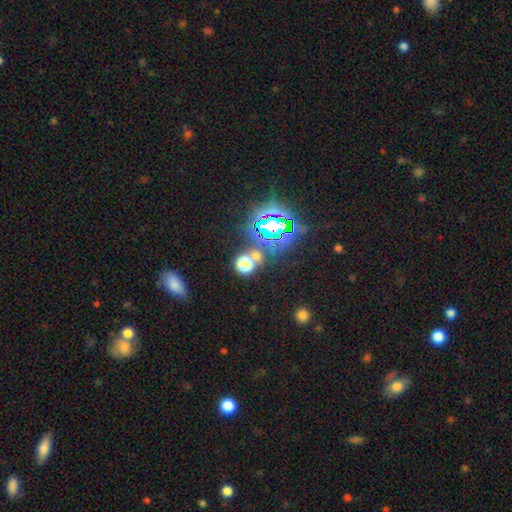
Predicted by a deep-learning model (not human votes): A star or artifact, not a galaxy (50%).

Vote fractions:
- Smooth or featured? star or artifact: 50% / smooth: 42% / featured or disk: 8%